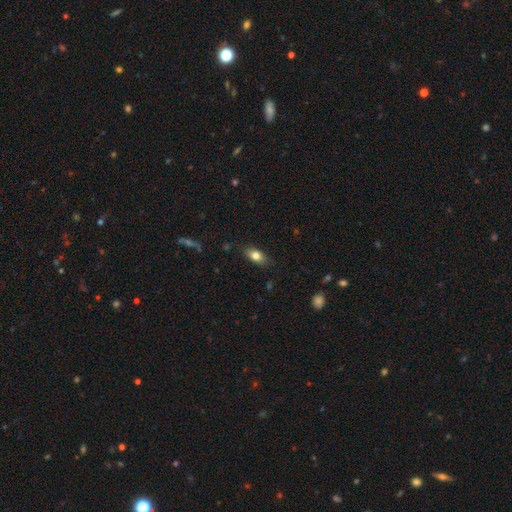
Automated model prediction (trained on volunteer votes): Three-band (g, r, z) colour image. It shows a smooth galaxy with no disk features (79%) that is in between round and cigar-shaped (86%). Merging: none (82%).